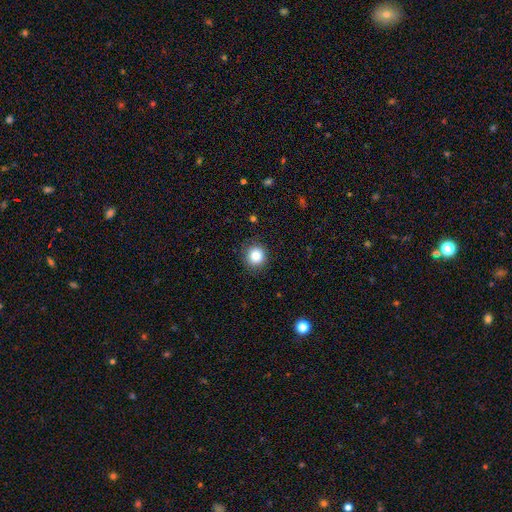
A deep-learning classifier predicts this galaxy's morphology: The model was most divided on "smooth or featured": smooth: 82%, star or artifact: 11%, featured or disk: 7%. More confident: how rounded — round (92%); merging — none (90%).